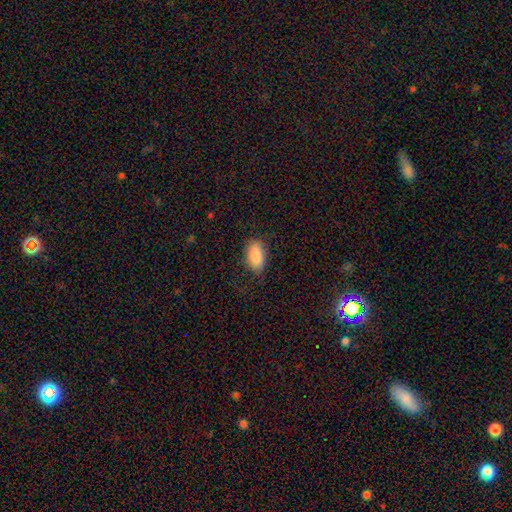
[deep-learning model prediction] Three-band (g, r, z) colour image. It shows a smooth galaxy with no disk features (88%) that is in between round and cigar-shaped (92%). Merging: none (78%).